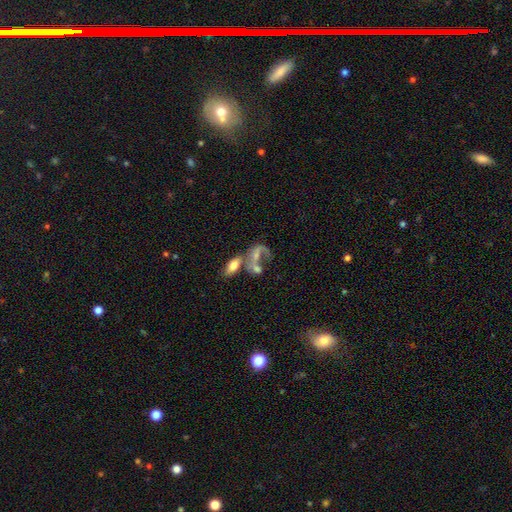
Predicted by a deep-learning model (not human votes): Morphology: type=featured or disk (50%); edge-on=no (93%); merging=merger (54%).